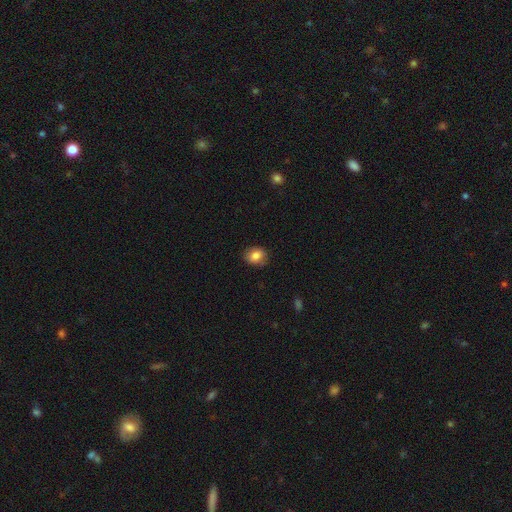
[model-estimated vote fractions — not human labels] Q: Smooth or featured?
A: smooth (83%); runner-up: featured or disk (9%)
Q: How rounded?
A: in between (50%); runner-up: round (49%)
Q: Merging?
A: none (83%); runner-up: minor disturbance (13%)